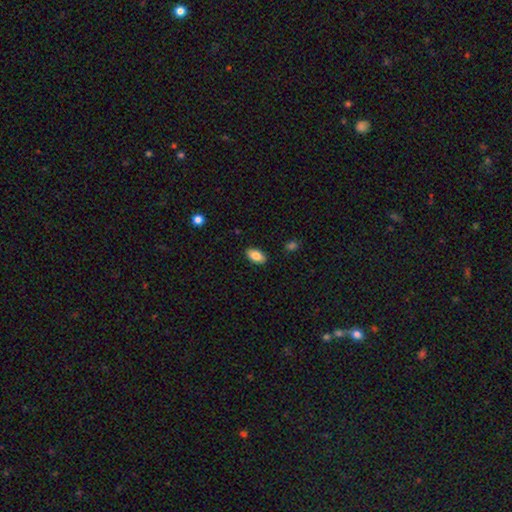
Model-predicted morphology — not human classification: Smooth or featured: smooth — 83% (featured or disk — 9%)
How rounded: in between — 93% (round — 4%)
Merging: none — 88% (minor disturbance — 9%)